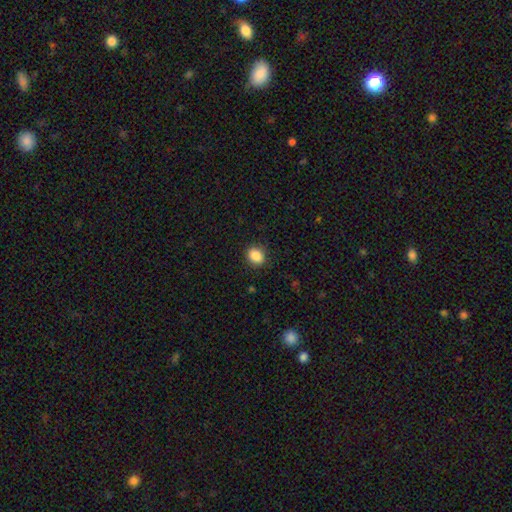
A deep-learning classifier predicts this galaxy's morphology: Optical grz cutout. It shows a smooth galaxy with no disk features (87%) that is round (56%). Merging: none (88%).